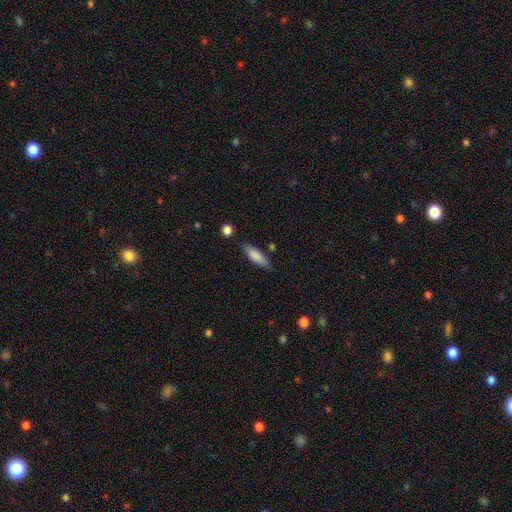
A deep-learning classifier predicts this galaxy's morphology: Smooth or featured?
  - smooth: 82% *
  - featured or disk: 12%
  - star or artifact: 6%
How rounded?
  - cigar-shaped: 56% *
  - in between: 42%
  - round: 2%
Merging?
  - none: 80% *
  - minor disturbance: 14%
  - merger: 3%
  - major disturbance: 3%